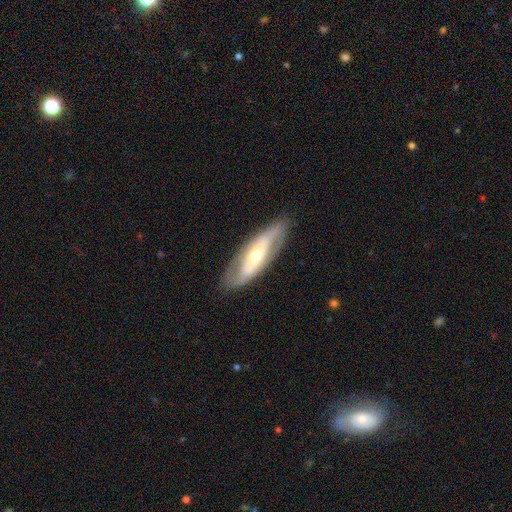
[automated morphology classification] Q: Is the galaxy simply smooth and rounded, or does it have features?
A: featured or disk — 69%.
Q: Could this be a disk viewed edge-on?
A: no — 72%.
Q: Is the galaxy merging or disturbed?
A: none — 84%.